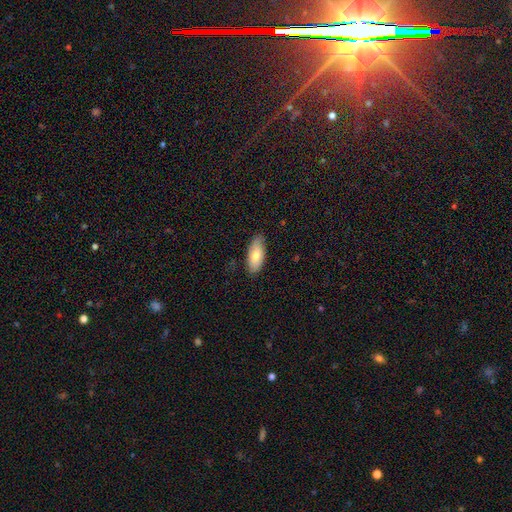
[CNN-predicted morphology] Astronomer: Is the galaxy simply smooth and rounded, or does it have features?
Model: smooth — 75%.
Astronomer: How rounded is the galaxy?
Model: in between — 85%.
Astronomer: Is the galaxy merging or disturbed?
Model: none — 81%.